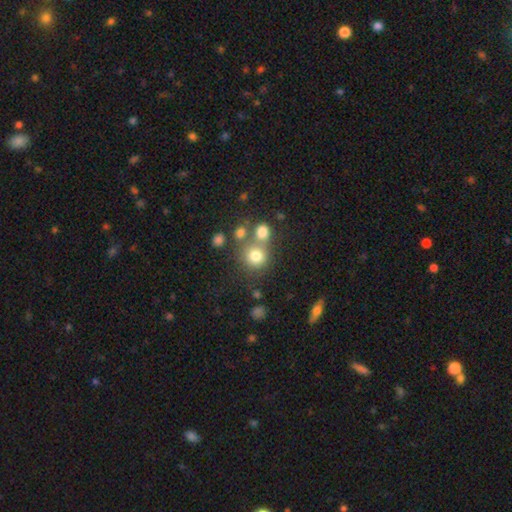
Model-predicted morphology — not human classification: This is likely a smooth galaxy (76%). How rounded: clearly round (88%). Merging: possibly none (58%).